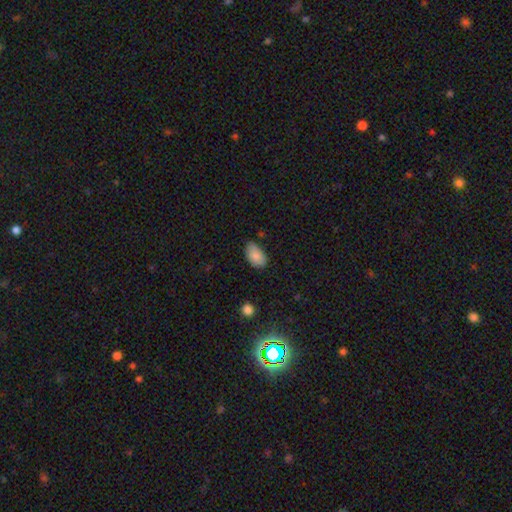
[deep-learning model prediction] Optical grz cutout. It shows a smooth galaxy with no disk features (86%) that is in between round and cigar-shaped (92%). Merging: none (65%).